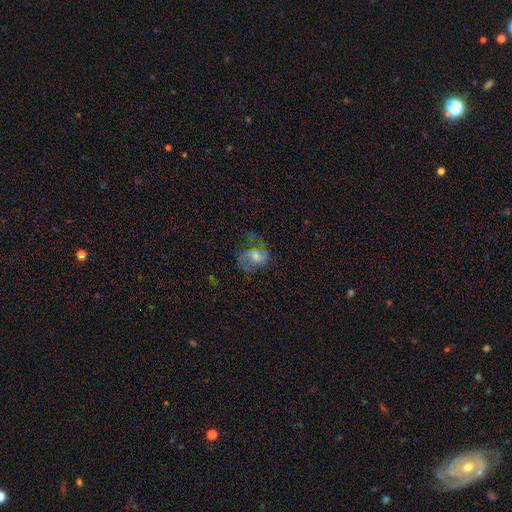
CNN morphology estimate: smooth 41%, featured or disk 40%, star or artifact 19%. Down the decision tree: merging — none (51%).